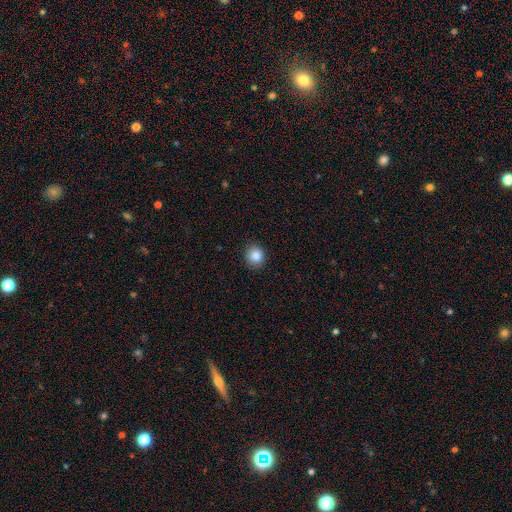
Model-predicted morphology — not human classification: Overall: smooth (87%). How rounded: round (87%). Merging: none (89%).